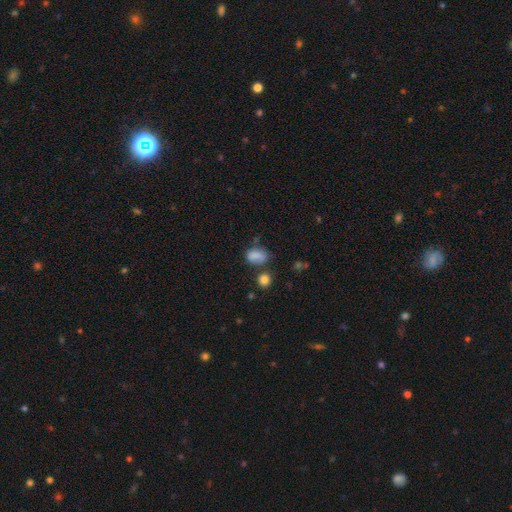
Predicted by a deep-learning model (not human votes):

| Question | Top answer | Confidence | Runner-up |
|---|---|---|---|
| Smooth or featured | smooth | 80% | star or artifact (11%) |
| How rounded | in between | 78% | round (20%) |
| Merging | none | 54% | minor disturbance (25%) |